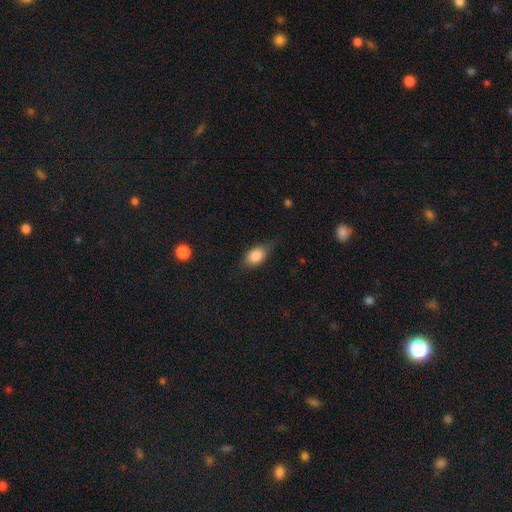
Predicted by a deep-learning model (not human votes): smooth 83%, featured or disk 9%, star or artifact 8%. Down the decision tree: how rounded — in between (84%); merging — none (67%).